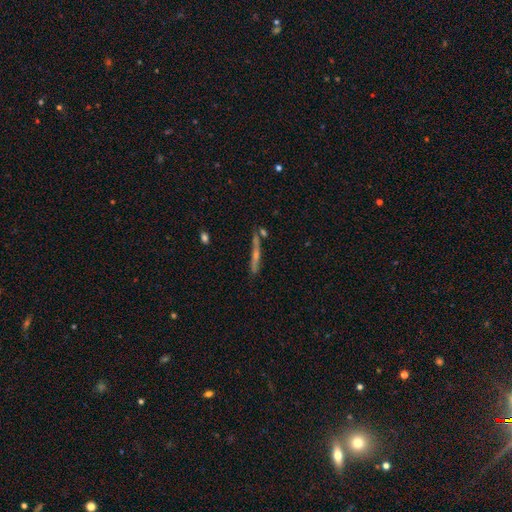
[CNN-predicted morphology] Smooth or featured? Predicted: featured or disk (p=0.61). Edge-on disk? Predicted: yes (p=0.94). Edge-on bulge? Predicted: rounded (p=0.64). Merging? Predicted: none (p=0.75).